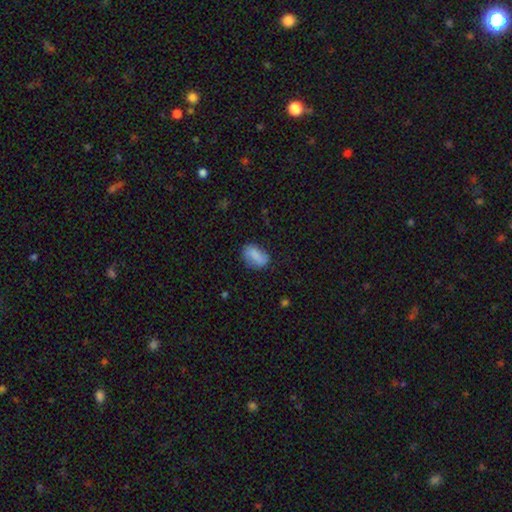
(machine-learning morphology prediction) Smooth or featured: smooth — 77% (featured or disk — 15%)
How rounded: in between — 88% (round — 9%)
Merging: none — 68% (minor disturbance — 22%)